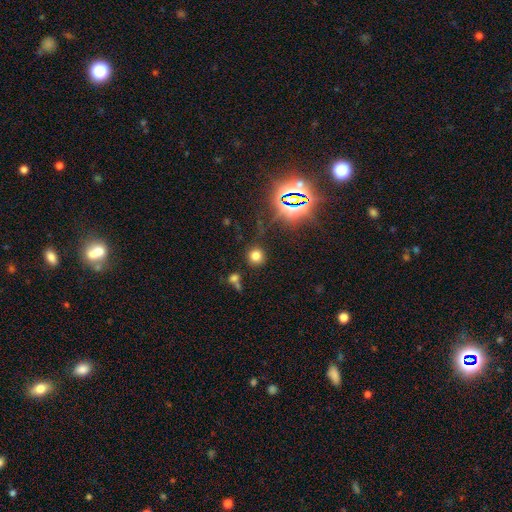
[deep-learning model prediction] Q: Smooth or featured?
A: smooth (70%); runner-up: star or artifact (23%)
Q: How rounded?
A: round (91%); runner-up: in between (8%)
Q: Merging?
A: none (81%); runner-up: minor disturbance (8%)